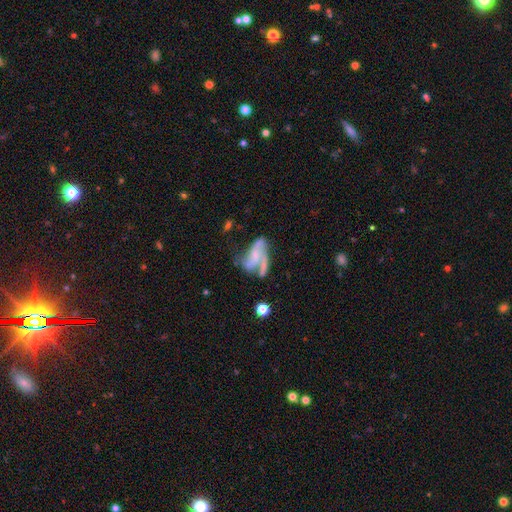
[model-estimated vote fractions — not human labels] Smooth or featured?
  - featured or disk: 66% *
  - smooth: 24%
  - star or artifact: 10%
Edge-on disk?
  - no: 95% *
  - yes: 5%
Bar?
  - no: 63% *
  - weak: 26%
  - strong: 11%
Spiral arms?
  - yes: 68% *
  - no: 32%
Bulge size?
  - none: 40% *
  - small: 39%
  - moderate: 17%
  - large: 3%
  - dominant: 2%
Merging?
  - major disturbance: 36% *
  - none: 27%
  - merger: 20%
  - minor disturbance: 17%